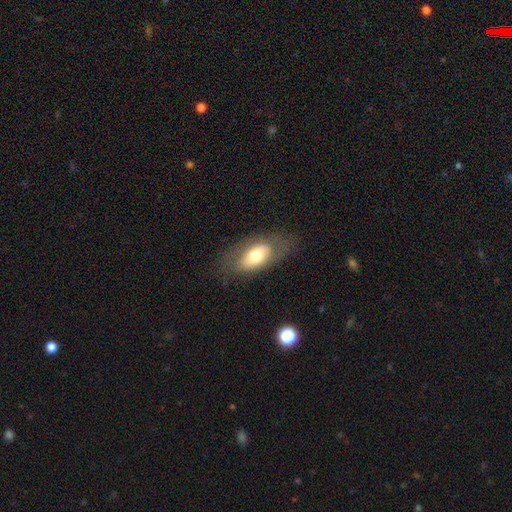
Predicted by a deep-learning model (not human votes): Smooth or featured: smooth — 61% (featured or disk — 32%)
How rounded: in between — 90% (round — 5%)
Merging: none — 74% (minor disturbance — 17%)